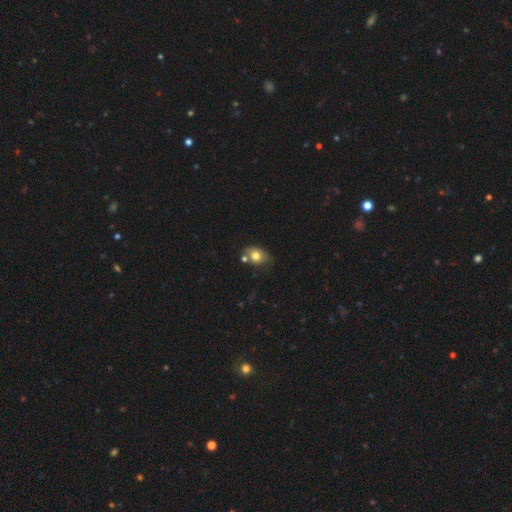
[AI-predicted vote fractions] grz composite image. It shows a smooth galaxy with no disk features (75%) that is in between round and cigar-shaped (65%). Merging: none (59%).